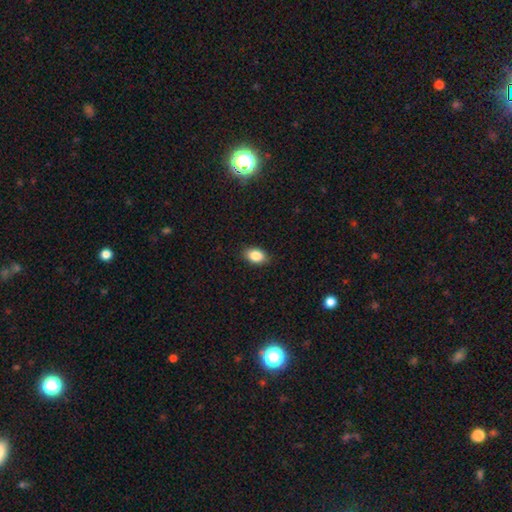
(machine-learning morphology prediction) Smooth or featured?
  - smooth: 86% *
  - star or artifact: 9%
  - featured or disk: 5%
How rounded?
  - in between: 83% *
  - round: 15%
  - cigar-shaped: 1%
Merging?
  - none: 88% *
  - minor disturbance: 9%
  - major disturbance: 2%
  - merger: 1%